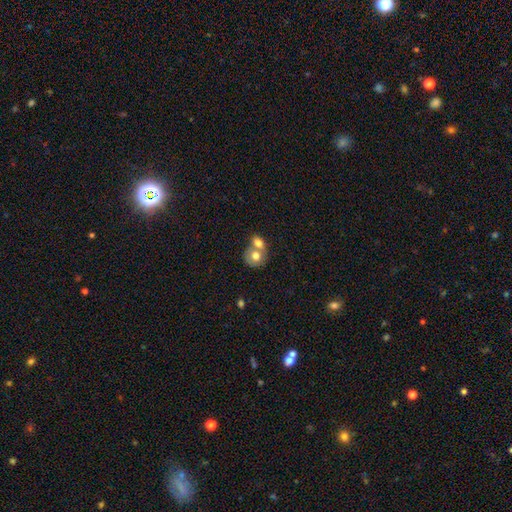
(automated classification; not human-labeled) A smooth galaxy with no disk features (72%) that is round (69%).

Vote fractions:
- Smooth or featured? smooth: 72% / featured or disk: 21% / star or artifact: 8%
- How rounded? round: 69% / in between: 30% / cigar-shaped: 1%
- Merging? merger: 66% / none: 24% / minor disturbance: 7% / major disturbance: 3%